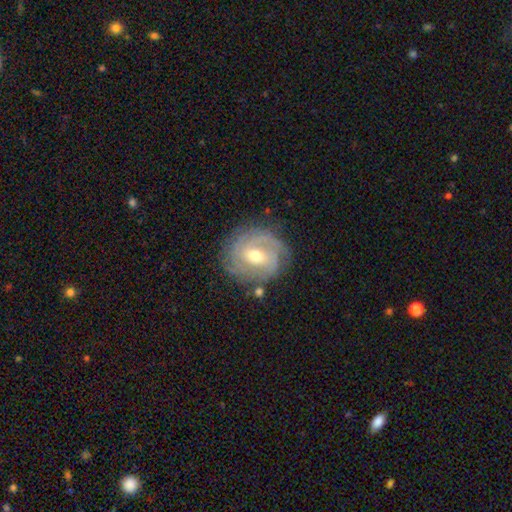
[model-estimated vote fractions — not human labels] featured or disk 81%, smooth 13%, star or artifact 6%. Down the decision tree: edge-on disk — no (97%); bar — weak (51%); spiral arms — yes (92%); spiral arm count — can't tell (29%); spiral winding — tight (65%); bulge size — moderate (72%); merging — none (78%).